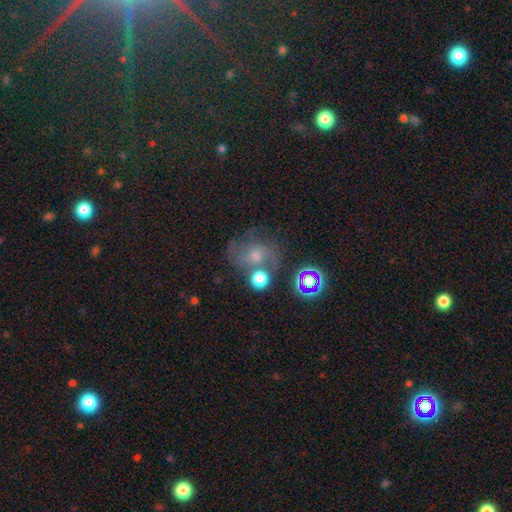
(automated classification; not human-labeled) Smooth or featured?
  - featured or disk: 47% *
  - smooth: 27%
  - star or artifact: 26%
Merging?
  - none: 52% *
  - merger: 18%
  - minor disturbance: 18%
  - major disturbance: 13%